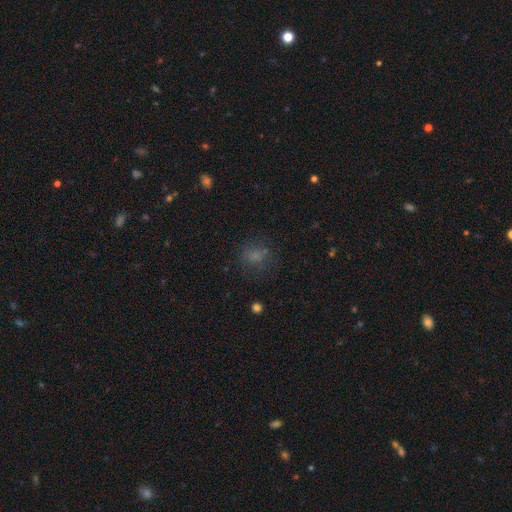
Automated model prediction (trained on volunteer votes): Smooth or featured? smooth (70%)
How rounded? round (67%)
Merging? none (70%)